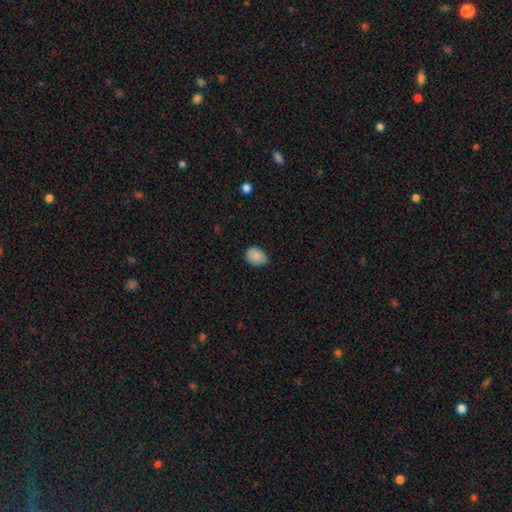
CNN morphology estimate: Smooth or featured: smooth — 86% (star or artifact — 8%)
How rounded: in between — 68% (round — 31%)
Merging: none — 63% (minor disturbance — 32%)